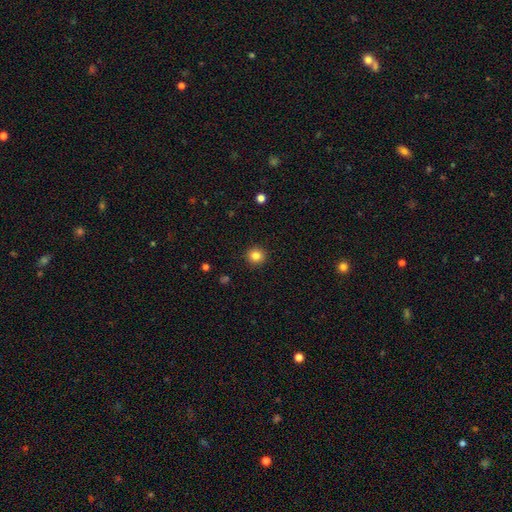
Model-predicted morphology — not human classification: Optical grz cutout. It shows a smooth galaxy with no disk features (84%) that is round (93%). Merging: none (92%).